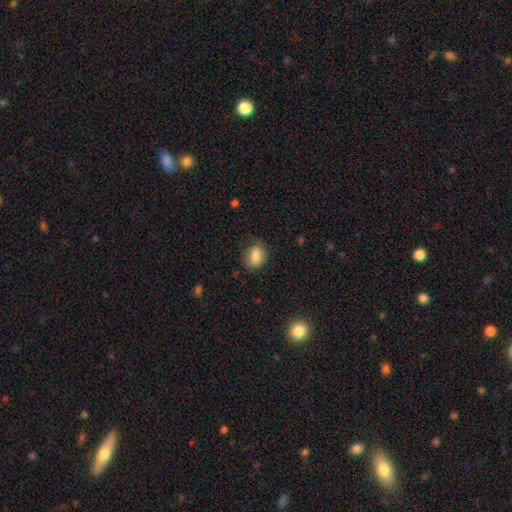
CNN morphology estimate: A smooth galaxy with no disk features (84%) that is in between round and cigar-shaped (71%). Merging: none (76%).